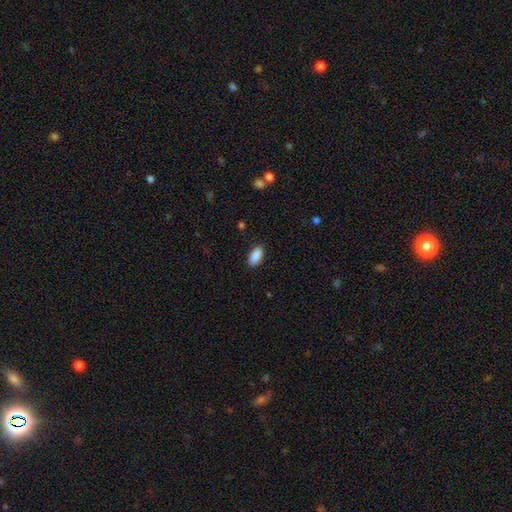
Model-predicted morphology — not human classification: Smooth or featured? Predicted: smooth (p=0.90). How rounded? Predicted: in between (p=0.91). Merging? Predicted: none (p=0.88).